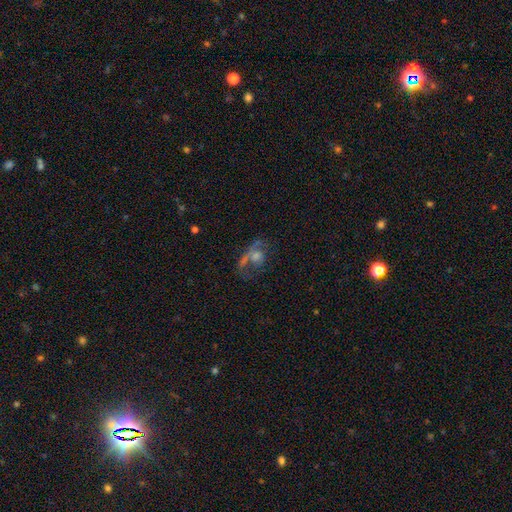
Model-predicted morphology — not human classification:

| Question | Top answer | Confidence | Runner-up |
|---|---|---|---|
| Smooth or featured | featured or disk | 52% | smooth (30%) |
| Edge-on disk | no | 94% | yes (6%) |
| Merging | major disturbance | 39% | none (35%) |